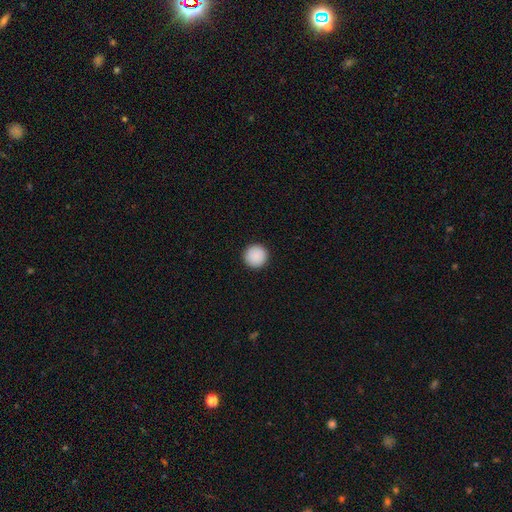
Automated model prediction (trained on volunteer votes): A smooth galaxy with no disk features (90%) that is round (97%). Merging: none (94%).